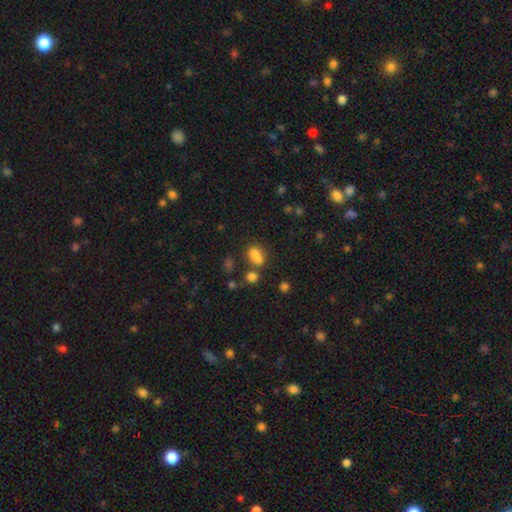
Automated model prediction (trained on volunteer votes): Morphology: type=smooth (76%); roundness=in between (75%); merging=none (43%).